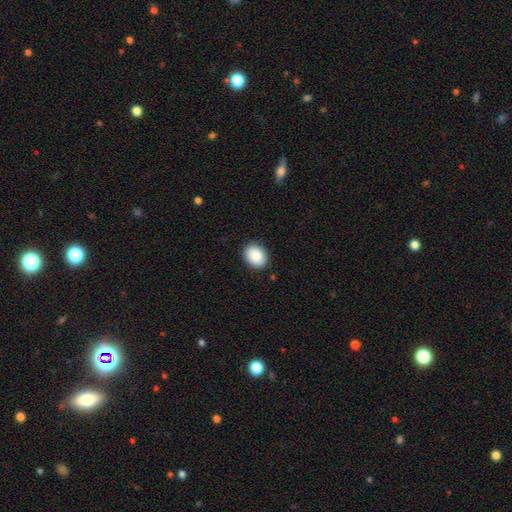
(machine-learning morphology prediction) smooth-or-featured: smooth: 89% | star or artifact: 7% | featured or disk: 4%
  how-rounded: in between: 57% | round: 43% | cigar-shaped: 1%
  merging: none: 89% | minor disturbance: 8% | major disturbance: 2% | merger: 1%